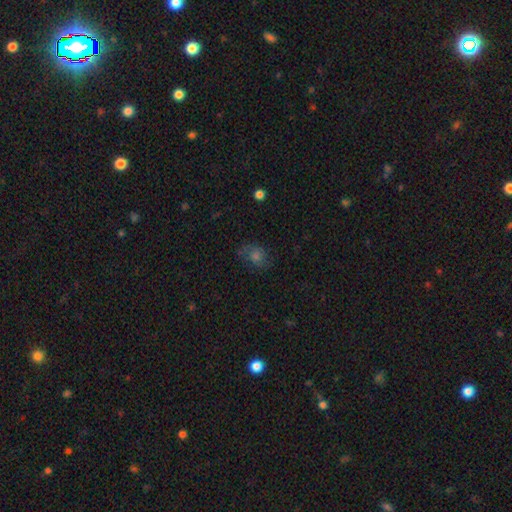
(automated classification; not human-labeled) Smooth or featured? Predicted: smooth (p=0.46). Merging? Predicted: none (p=0.65).